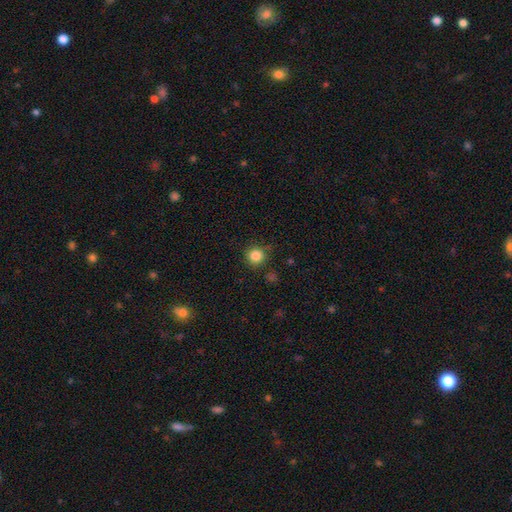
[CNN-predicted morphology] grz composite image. It shows a smooth galaxy with no disk features (85%) that is round (94%). Merging: none (85%).